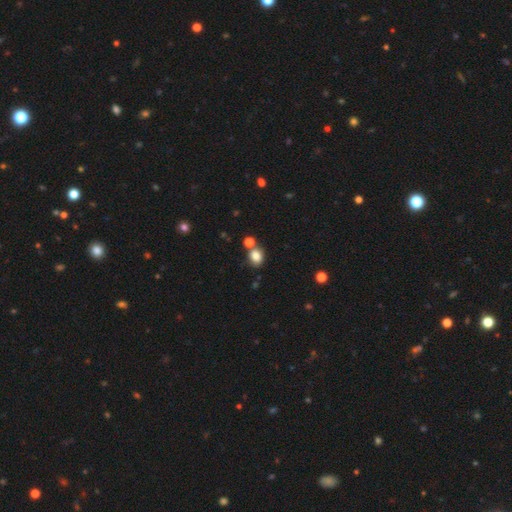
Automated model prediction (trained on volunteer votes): Q: Smooth or featured?
A: smooth (82%); runner-up: star or artifact (11%)
Q: How rounded?
A: round (50%); runner-up: in between (49%)
Q: Merging?
A: none (63%); runner-up: merger (21%)